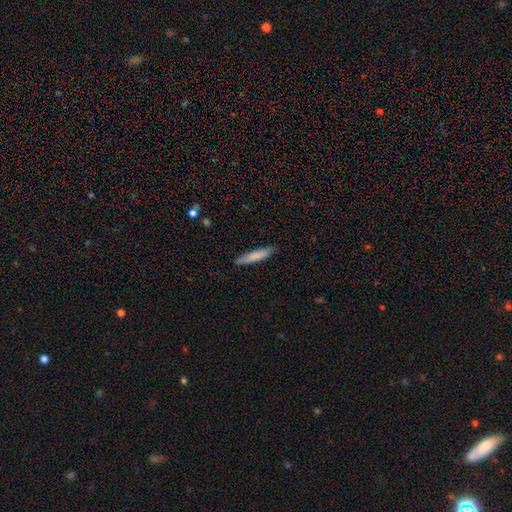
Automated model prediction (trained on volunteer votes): Smooth or featured: smooth — 78% (featured or disk — 16%)
How rounded: cigar-shaped — 89% (in between — 10%)
Merging: none — 85% (minor disturbance — 12%)